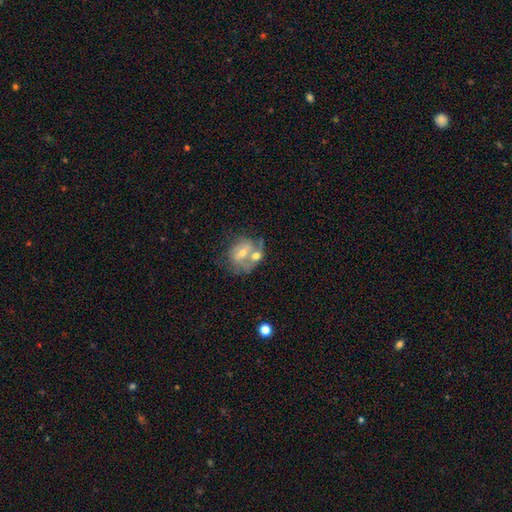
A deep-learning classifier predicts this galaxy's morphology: The model was most divided on "smooth or featured": featured or disk: 52%, smooth: 39%, star or artifact: 9%. Remaining: edge-on disk — no (95%); merging — merger (49%).